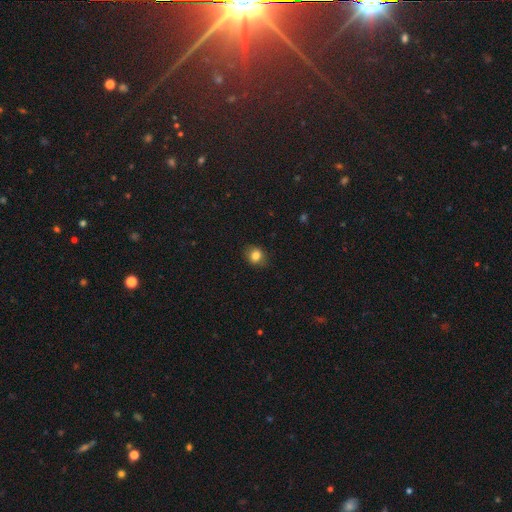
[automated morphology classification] smooth_or_featured: smooth (p=0.83) [alt: star or artifact p=0.11]
how_rounded: round (p=0.64) [alt: in between p=0.35]
merging: none (p=0.82) [alt: minor disturbance p=0.14]